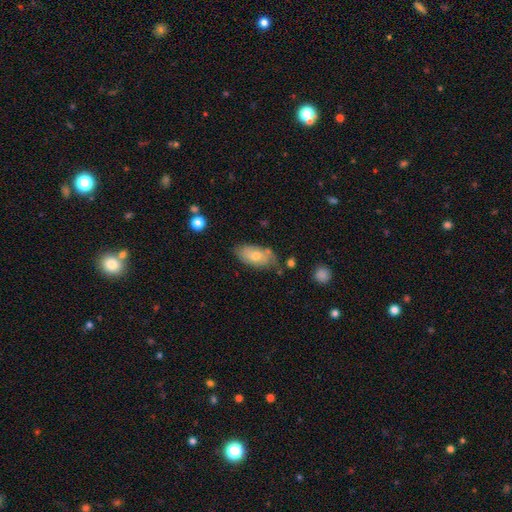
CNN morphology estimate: The model was most divided on "smooth or featured": smooth: 57%, featured or disk: 36%, star or artifact: 7%. More confident: how rounded — in between (90%); merging — none (64%).